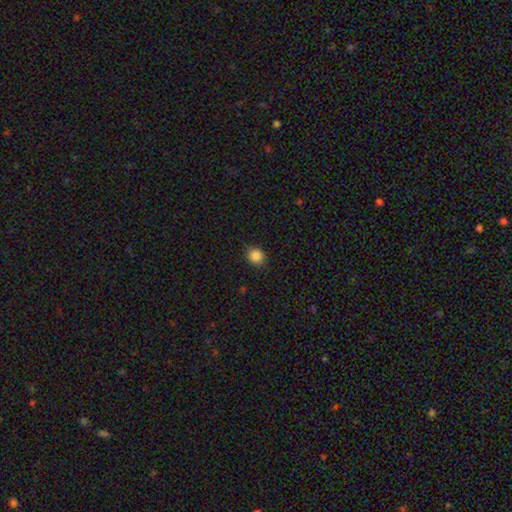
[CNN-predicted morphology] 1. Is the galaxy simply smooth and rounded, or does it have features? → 87% smooth, 10% star or artifact, 3% featured or disk.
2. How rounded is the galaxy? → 79% round, 20% in between, 1% cigar-shaped.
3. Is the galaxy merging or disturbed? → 87% none, 9% minor disturbance, 2% major disturbance, 1% merger.